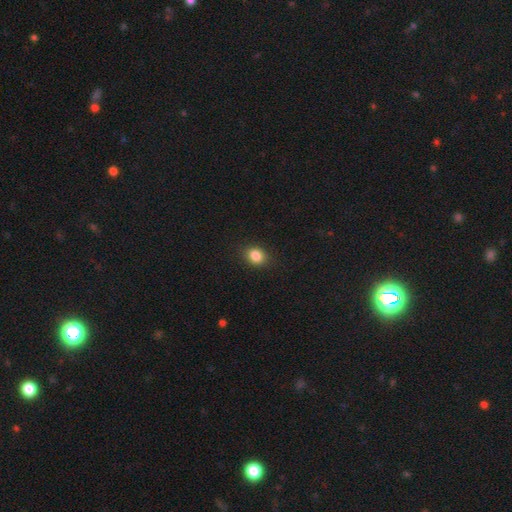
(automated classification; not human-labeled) Smooth or featured? Predicted: smooth (p=0.85). How rounded? Predicted: round (p=0.53). Merging? Predicted: none (p=0.87).